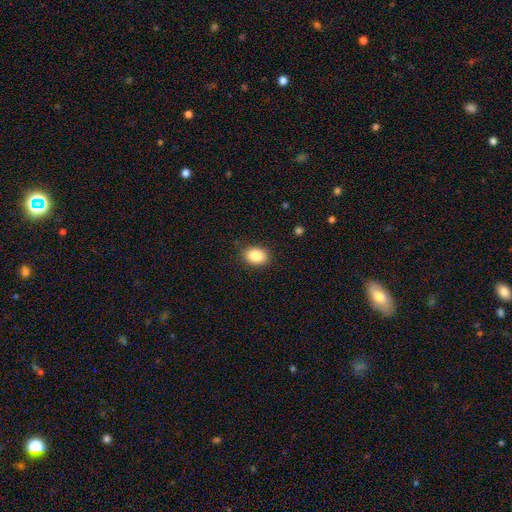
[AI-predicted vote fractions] smooth-or-featured: smooth: 86% | star or artifact: 8% | featured or disk: 5%
  how-rounded: in between: 68% | round: 31% | cigar-shaped: 1%
  merging: none: 87% | minor disturbance: 9% | major disturbance: 2% | merger: 1%